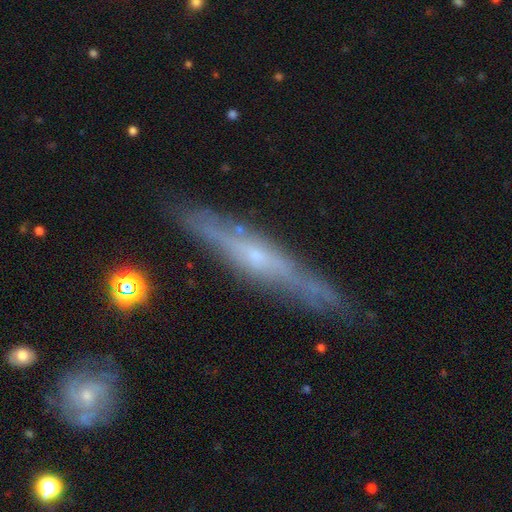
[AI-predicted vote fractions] Smooth or featured? Predicted: featured or disk (p=0.76). Edge-on disk? Predicted: yes (p=0.89). Edge-on bulge? Predicted: rounded (p=0.56). Merging? Predicted: none (p=0.84).